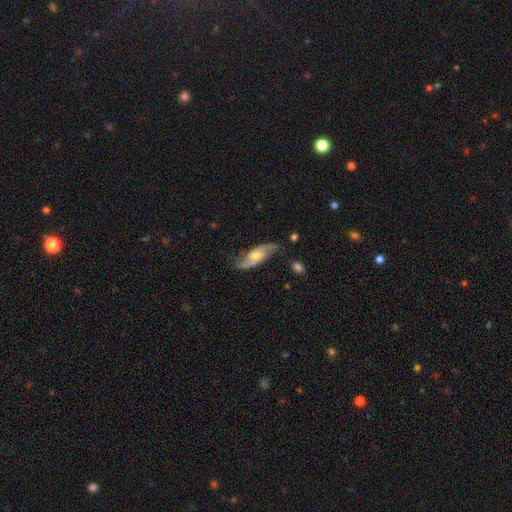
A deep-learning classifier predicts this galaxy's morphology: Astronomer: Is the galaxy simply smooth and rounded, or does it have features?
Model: featured or disk — 76%.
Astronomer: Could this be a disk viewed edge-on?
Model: no — 90%.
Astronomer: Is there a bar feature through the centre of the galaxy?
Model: no — 57% (runner-up: weak, 34%).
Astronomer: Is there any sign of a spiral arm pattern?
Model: yes — 93%.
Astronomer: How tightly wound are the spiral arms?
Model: loose — 54% (runner-up: medium, 34%).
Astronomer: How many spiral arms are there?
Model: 2 — 89%.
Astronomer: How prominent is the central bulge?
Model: moderate — 57% (runner-up: small, 33%).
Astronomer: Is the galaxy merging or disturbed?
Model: none — 71%.